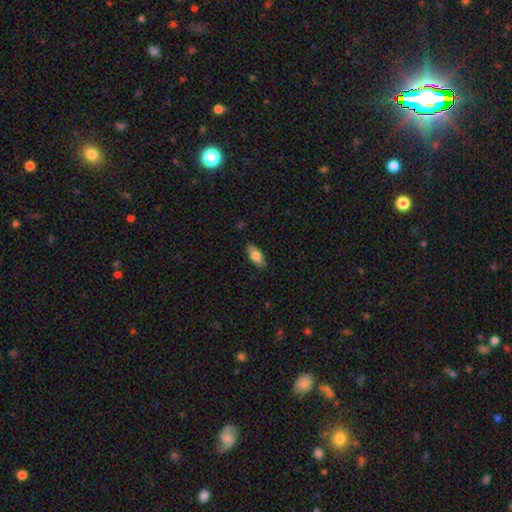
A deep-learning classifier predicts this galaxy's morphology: Smooth or featured? Predicted: smooth (p=0.78). How rounded? Predicted: in between (p=0.86). Merging? Predicted: none (p=0.85).